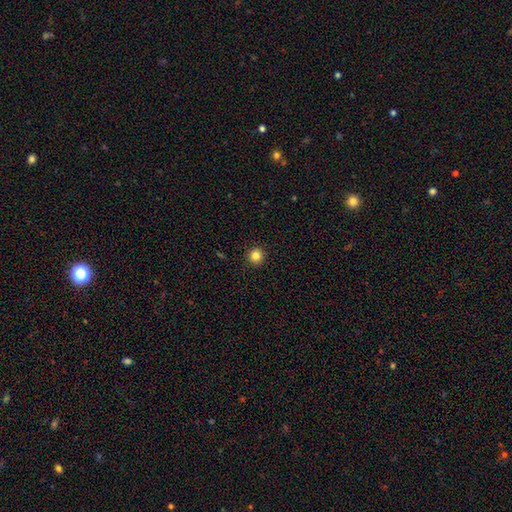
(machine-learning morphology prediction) Smooth or featured: smooth — 83% (star or artifact — 12%)
How rounded: round — 95% (in between — 4%)
Merging: none — 93% (minor disturbance — 4%)